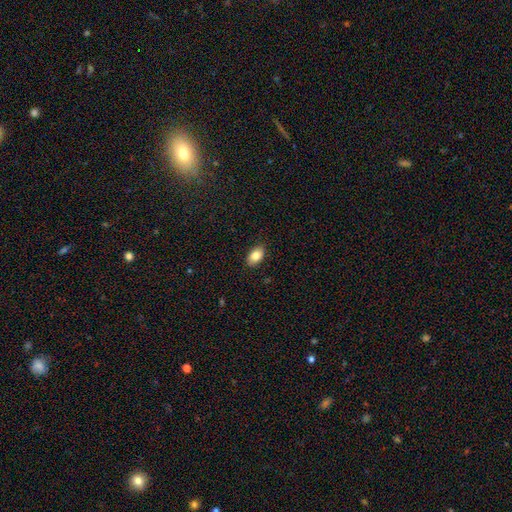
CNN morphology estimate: A smooth galaxy with no disk features (83%) that is in between round and cigar-shaped (91%).

Vote fractions:
- Smooth or featured? smooth: 83% / featured or disk: 9% / star or artifact: 8%
- How rounded? in between: 91% / round: 7% / cigar-shaped: 2%
- Merging? none: 88% / minor disturbance: 9% / major disturbance: 2% / merger: 1%